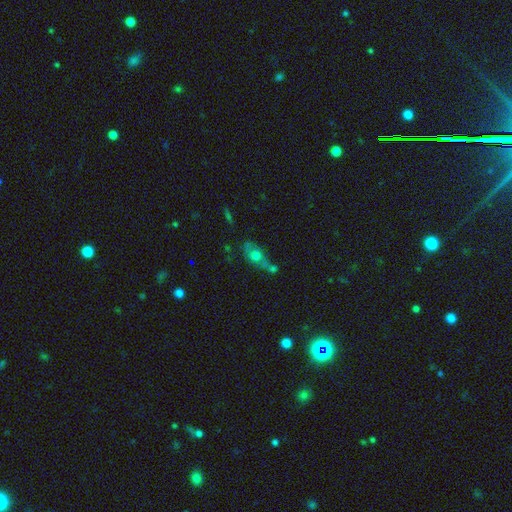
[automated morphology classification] A smooth galaxy with no disk features (56%) that is in between round and cigar-shaped (68%).

Vote fractions:
- Smooth or featured? smooth: 56% / featured or disk: 32% / star or artifact: 12%
- How rounded? in between: 68% / round: 22% / cigar-shaped: 10%
- Merging? merger: 38% / none: 31% / minor disturbance: 19% / major disturbance: 13%